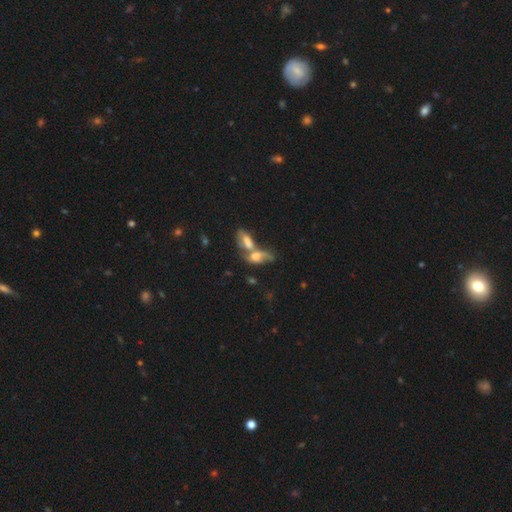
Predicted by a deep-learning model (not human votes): This is possibly a smooth galaxy (45%). Merging: likely merger (65%).